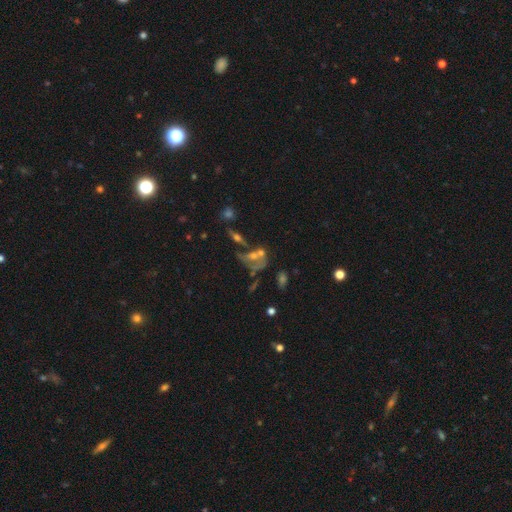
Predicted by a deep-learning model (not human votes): Smooth or featured? featured or disk (49%)
Merging? merger (41%)